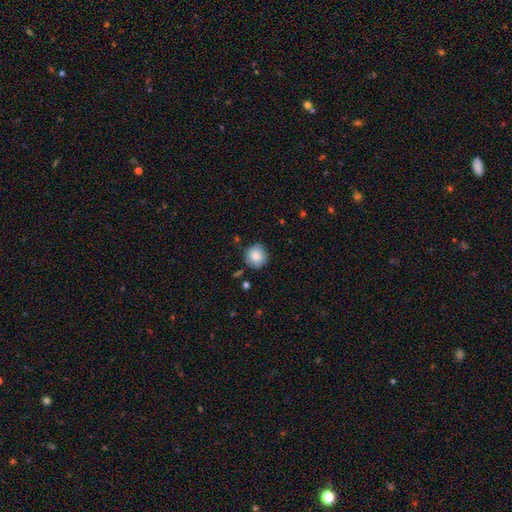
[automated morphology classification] Smooth or featured: smooth — 85% (star or artifact — 8%)
How rounded: round — 92% (in between — 7%)
Merging: none — 82% (minor disturbance — 13%)